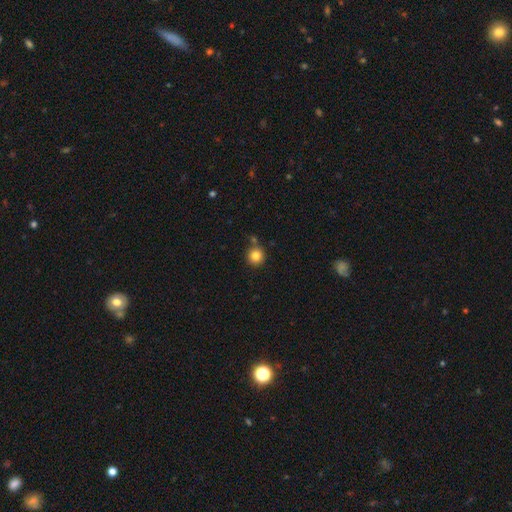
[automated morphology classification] Smooth or featured: smooth — 83% (star or artifact — 11%)
How rounded: round — 93% (in between — 6%)
Merging: none — 77% (minor disturbance — 10%)